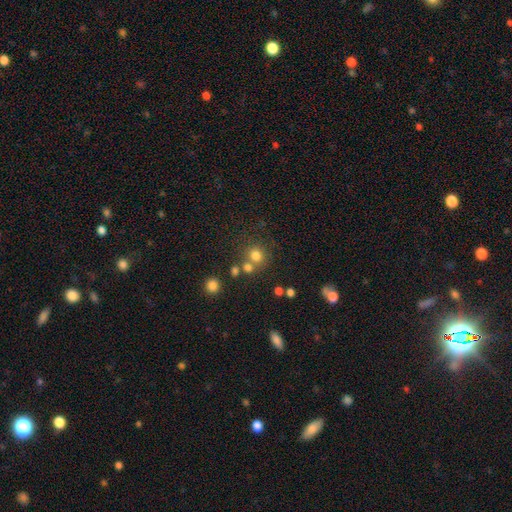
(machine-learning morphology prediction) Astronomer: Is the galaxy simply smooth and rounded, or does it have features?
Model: smooth — 76%.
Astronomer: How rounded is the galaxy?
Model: round — 87%.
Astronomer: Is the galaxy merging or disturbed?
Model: none — 65%.